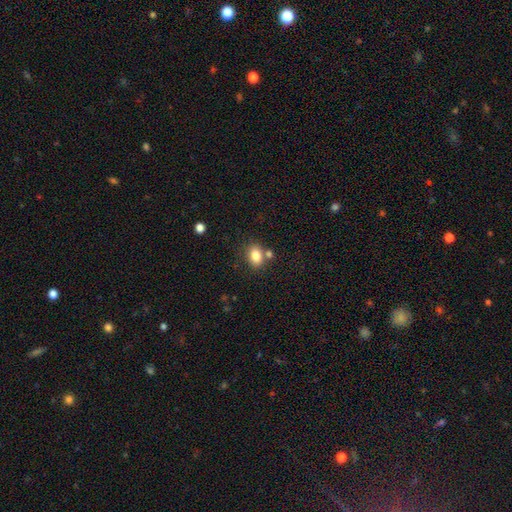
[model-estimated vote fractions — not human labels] Smooth or featured? Predicted: smooth (p=0.82). How rounded? Predicted: in between (p=0.71). Merging? Predicted: none (p=0.67).